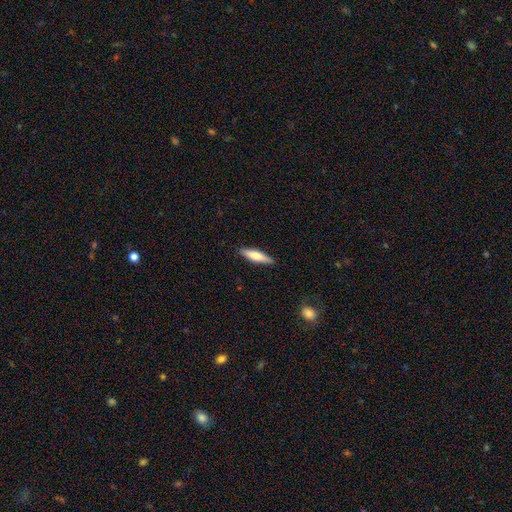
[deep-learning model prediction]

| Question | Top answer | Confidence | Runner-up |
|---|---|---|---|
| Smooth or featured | smooth | 66% | featured or disk (28%) |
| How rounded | cigar-shaped | 74% | in between (25%) |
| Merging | none | 88% | minor disturbance (9%) |